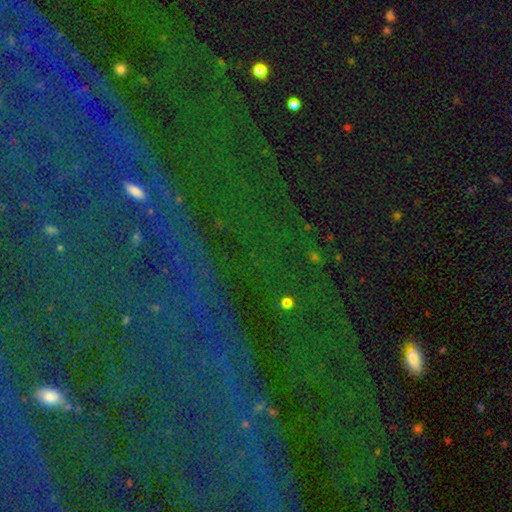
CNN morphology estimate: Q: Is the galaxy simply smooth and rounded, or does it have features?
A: star or artifact — 82%.